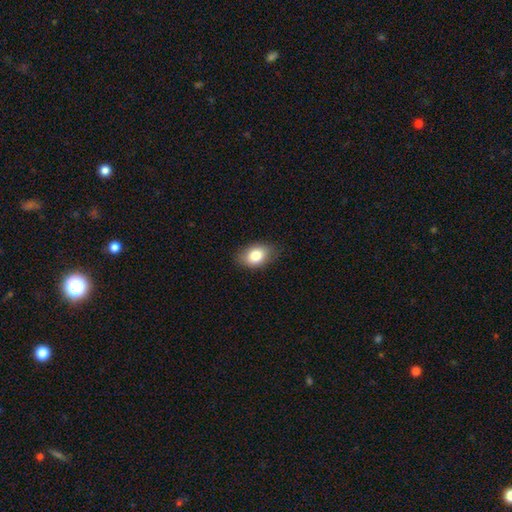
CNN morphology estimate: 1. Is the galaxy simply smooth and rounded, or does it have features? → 82% smooth, 10% featured or disk, 8% star or artifact.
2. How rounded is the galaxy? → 80% in between, 19% round, 1% cigar-shaped.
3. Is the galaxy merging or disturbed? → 83% none, 13% minor disturbance, 3% major disturbance, 1% merger.